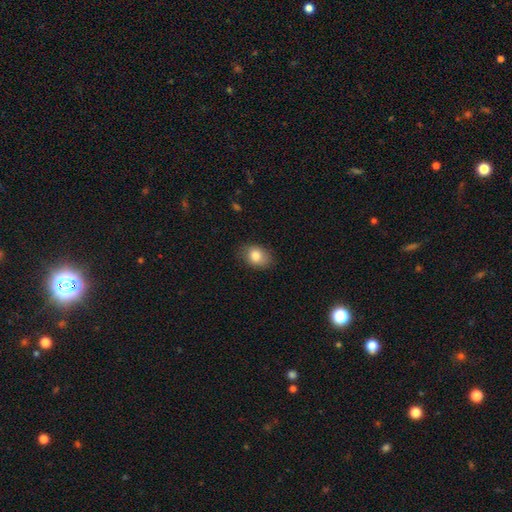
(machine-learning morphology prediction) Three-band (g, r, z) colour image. It shows a smooth galaxy with no disk features (83%) that is in between round and cigar-shaped (66%). Merging: none (81%).